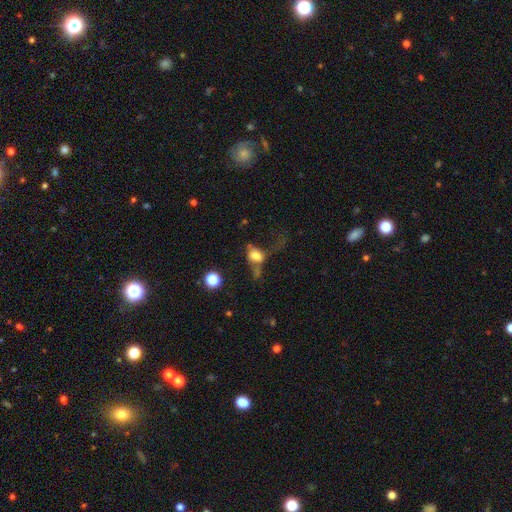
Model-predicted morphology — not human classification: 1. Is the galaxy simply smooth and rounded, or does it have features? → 62% smooth, 25% featured or disk, 12% star or artifact.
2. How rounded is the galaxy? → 68% in between, 28% round, 4% cigar-shaped.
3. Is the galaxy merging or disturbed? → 49% major disturbance, 20% none, 16% minor disturbance, 16% merger.